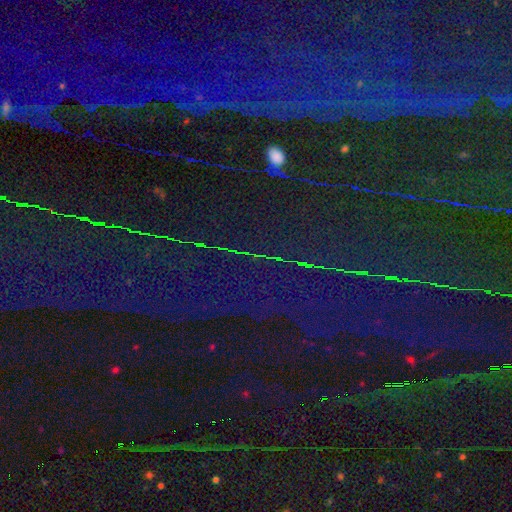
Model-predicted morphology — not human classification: A star or artifact, not a galaxy (86%).

Vote fractions:
- Smooth or featured? star or artifact: 86% / featured or disk: 8% / smooth: 7%